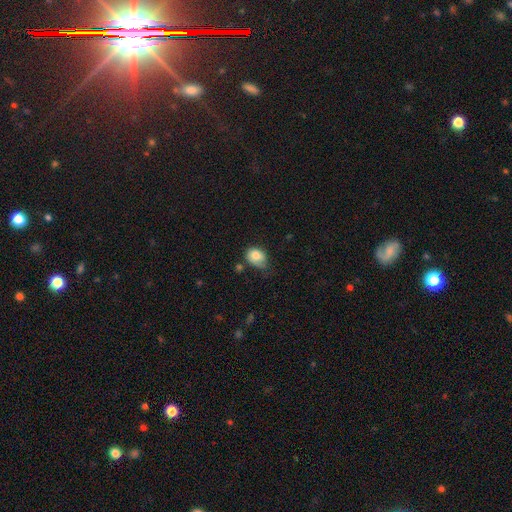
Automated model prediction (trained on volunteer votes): This appears to be a smooth galaxy with no disk features (81%) that is in between round and cigar-shaped (65%). Merging: none (41%).